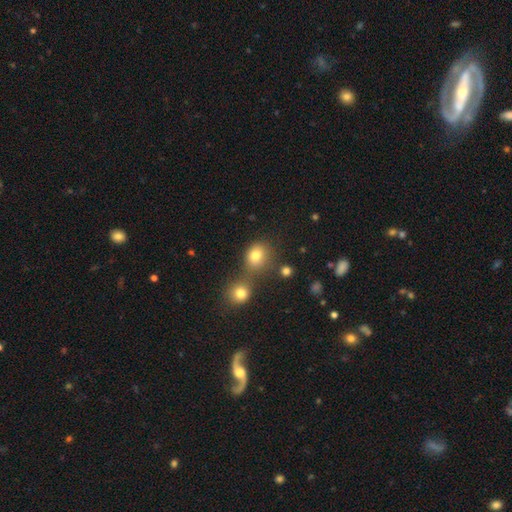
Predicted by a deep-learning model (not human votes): A smooth galaxy with no disk features (79%) that is round (73%). Merging: none (52%).